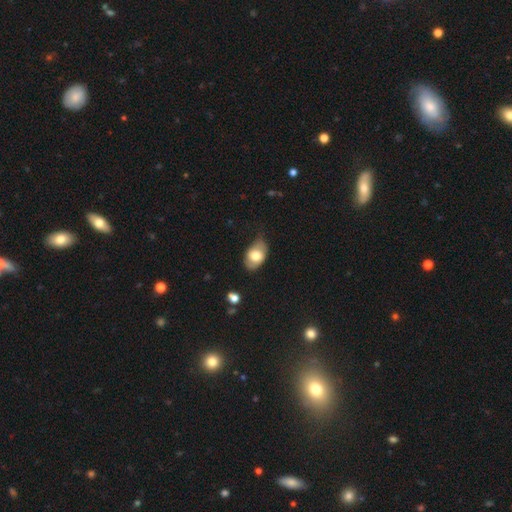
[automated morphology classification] type=smooth (70%); roundness=in between (86%); merging=none (55%).